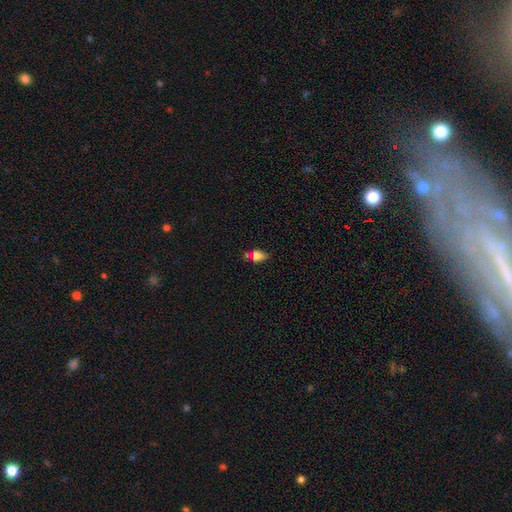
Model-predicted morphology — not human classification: smooth-or-featured: smooth: 73% | featured or disk: 14% | star or artifact: 13%
  how-rounded: in between: 76% | round: 16% | cigar-shaped: 7%
  merging: none: 46% | merger: 23% | minor disturbance: 22% | major disturbance: 9%